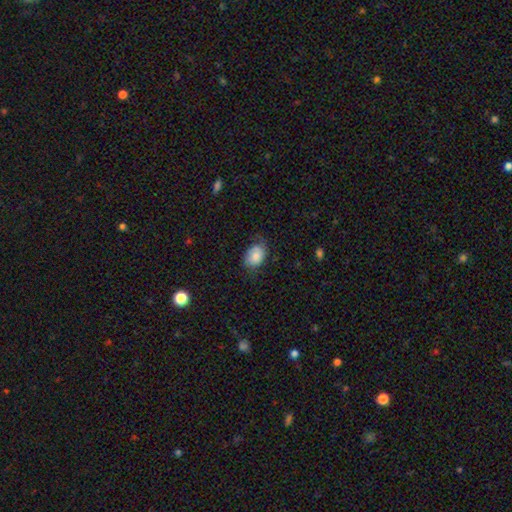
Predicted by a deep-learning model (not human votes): Smooth or featured: smooth — 79% (featured or disk — 14%)
How rounded: in between — 79% (round — 20%)
Merging: none — 60% (minor disturbance — 29%)